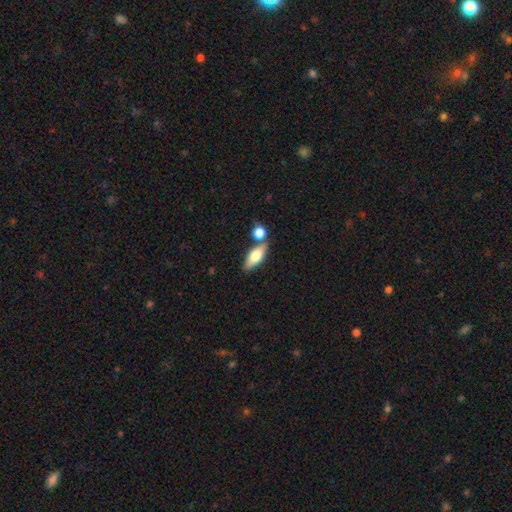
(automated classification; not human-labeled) This appears to be a smooth galaxy with no disk features (66%) that is in between round and cigar-shaped (70%). Merging: none (61%).